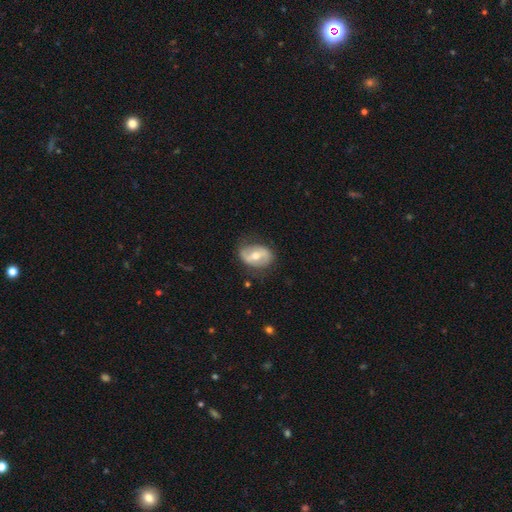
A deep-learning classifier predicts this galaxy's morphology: Q: Smooth or featured?
A: featured or disk (65%); runner-up: smooth (29%)
Q: Edge-on disk?
A: no (96%); runner-up: yes (4%)
Q: Bar?
A: weak (40%); runner-up: strong (38%)
Q: Spiral arms?
A: yes (70%); runner-up: no (30%)
Q: Bulge size?
A: moderate (69%); runner-up: small (24%)
Q: Merging?
A: none (72%); runner-up: minor disturbance (20%)